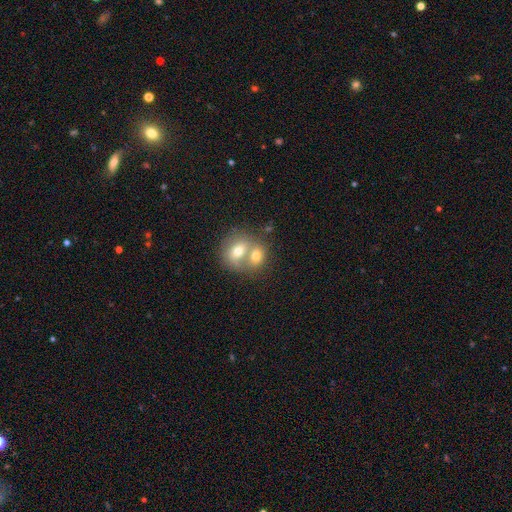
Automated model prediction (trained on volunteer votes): Q: Smooth or featured?
A: smooth (68%); runner-up: featured or disk (23%)
Q: How rounded?
A: round (56%); runner-up: in between (43%)
Q: Merging?
A: merger (68%); runner-up: none (24%)